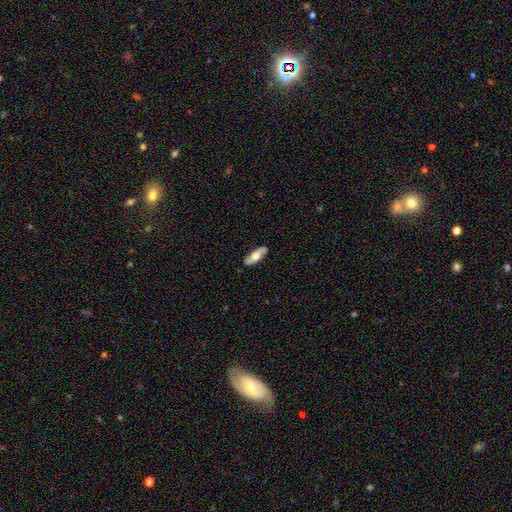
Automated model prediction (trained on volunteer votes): This appears to be a smooth galaxy with no disk features (49%). Merging: none (85%).